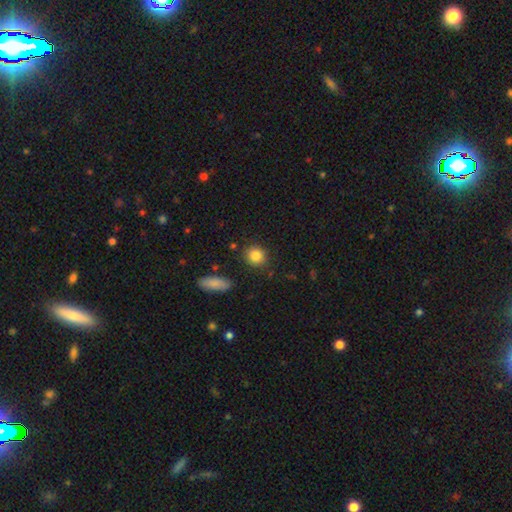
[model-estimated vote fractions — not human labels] Smooth or featured? Predicted: smooth (p=0.85). How rounded? Predicted: round (p=0.79). Merging? Predicted: none (p=0.87).